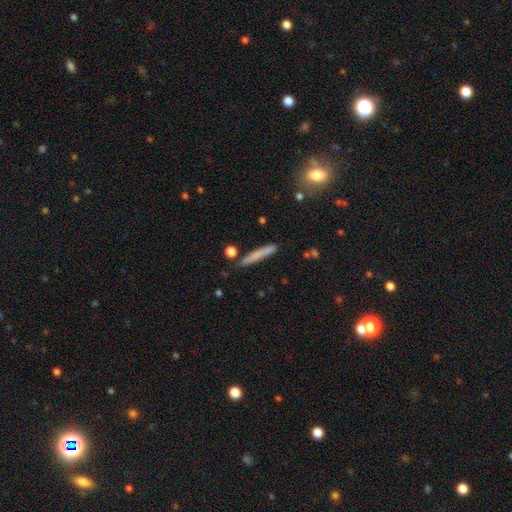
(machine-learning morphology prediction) type=smooth (75%); roundness=cigar-shaped (94%); merging=none (83%).